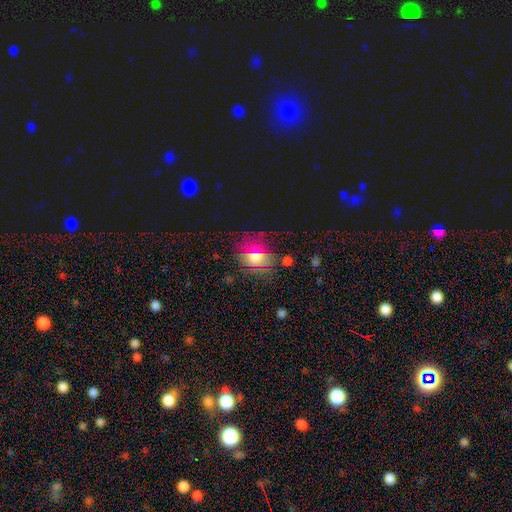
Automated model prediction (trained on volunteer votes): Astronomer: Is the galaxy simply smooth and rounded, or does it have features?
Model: smooth — 56%.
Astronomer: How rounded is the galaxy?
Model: round — 58% (runner-up: in between, 39%).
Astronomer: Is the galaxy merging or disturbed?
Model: none — 76%.